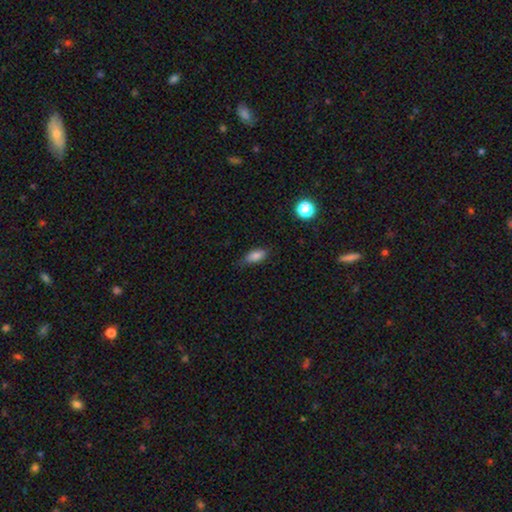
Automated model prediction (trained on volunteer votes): This appears to be a smooth galaxy with no disk features (82%) that is in between round and cigar-shaped (83%). Merging: none (71%).